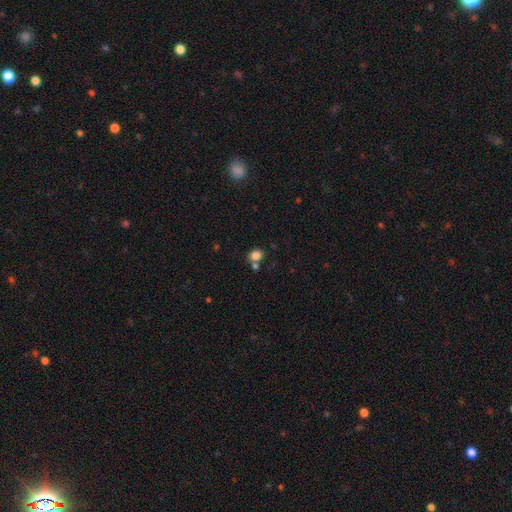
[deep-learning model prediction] Q: Smooth or featured?
A: smooth (82%); runner-up: star or artifact (12%)
Q: How rounded?
A: round (62%); runner-up: in between (37%)
Q: Merging?
A: none (64%); runner-up: merger (21%)